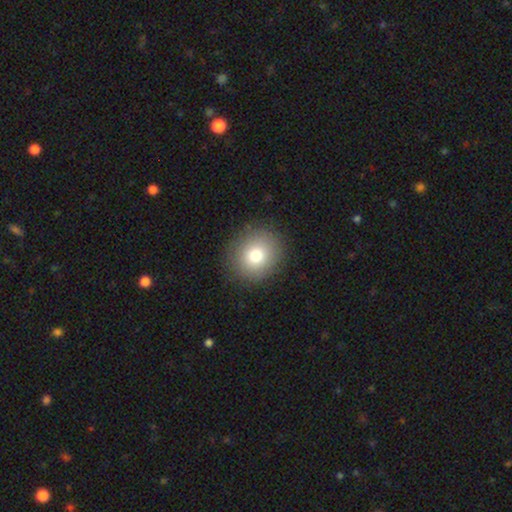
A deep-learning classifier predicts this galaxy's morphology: Smooth or featured?
  - smooth: 78% *
  - star or artifact: 11%
  - featured or disk: 11%
How rounded?
  - round: 82% *
  - in between: 17%
  - cigar-shaped: 1%
Merging?
  - none: 88% *
  - minor disturbance: 8%
  - major disturbance: 3%
  - merger: 1%